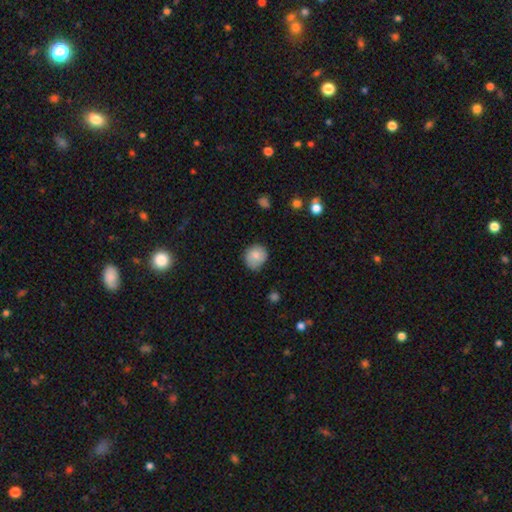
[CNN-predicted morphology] smooth 81%, featured or disk 11%, star or artifact 8%. Down the decision tree: how rounded — round (79%); merging — none (64%).